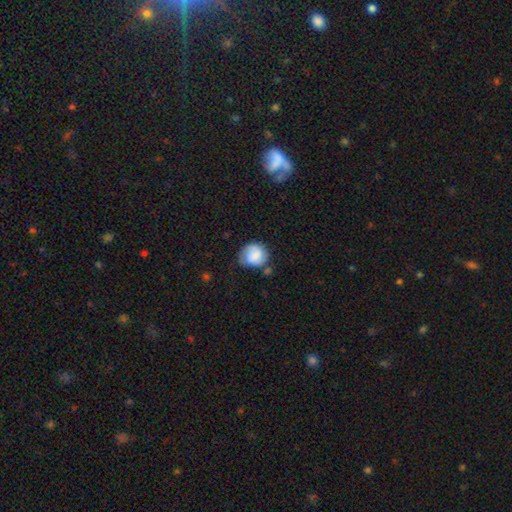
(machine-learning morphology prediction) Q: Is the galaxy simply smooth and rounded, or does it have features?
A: smooth — 64%.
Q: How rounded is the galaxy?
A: round — 78%.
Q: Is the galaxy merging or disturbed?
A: none — 55%.